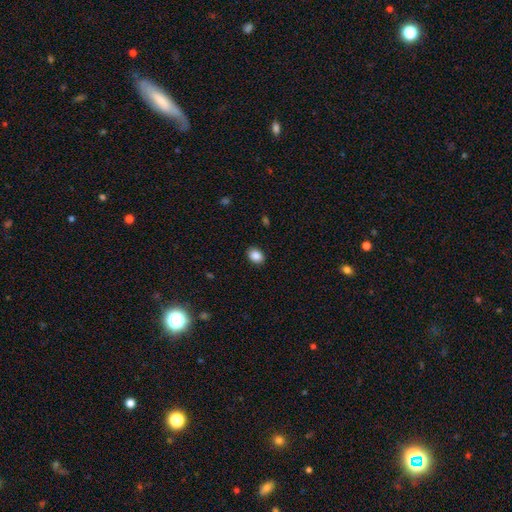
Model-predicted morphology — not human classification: type=smooth (87%); roundness=in between (60%); merging=none (90%).